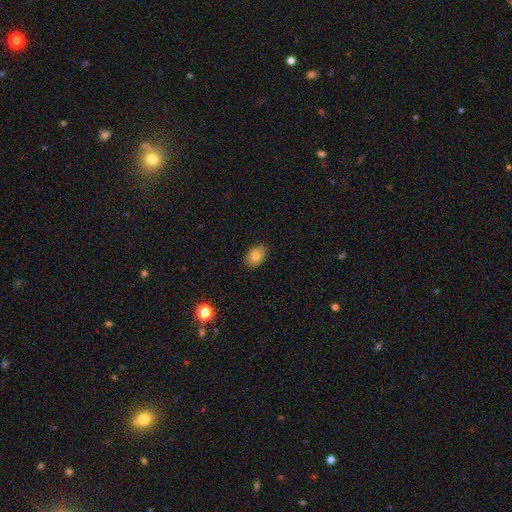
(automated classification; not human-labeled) The model was most divided on "how rounded": in between: 83%, round: 16%, cigar-shaped: 1%. More confident: merging — none (86%); smooth or featured — smooth (80%).